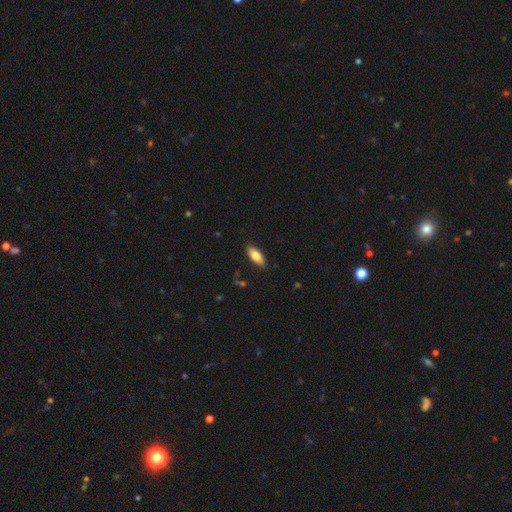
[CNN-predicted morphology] smooth 79%, featured or disk 15%, star or artifact 6%. Down the decision tree: how rounded — in between (81%); merging — none (88%).